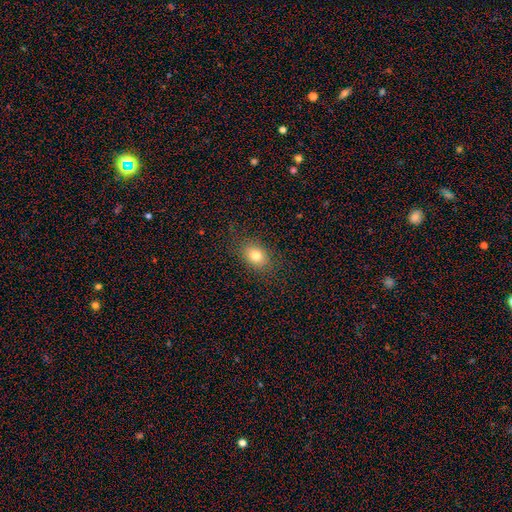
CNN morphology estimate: This is likely a smooth galaxy (79%). How rounded: likely in between (71%). Merging: clearly none (84%).